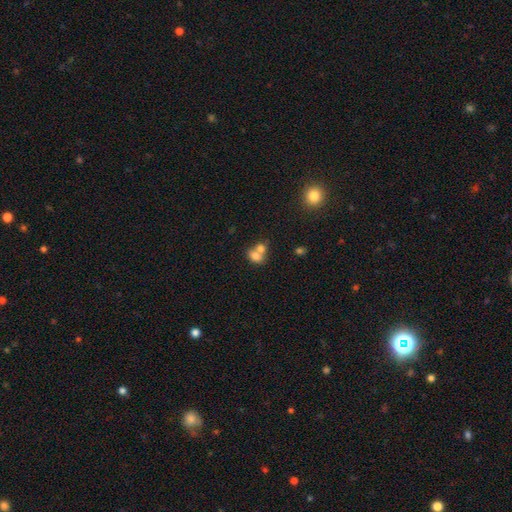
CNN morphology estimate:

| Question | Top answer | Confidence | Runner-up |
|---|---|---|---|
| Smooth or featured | smooth | 74% | featured or disk (16%) |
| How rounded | in between | 64% | round (34%) |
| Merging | merger | 65% | none (24%) |